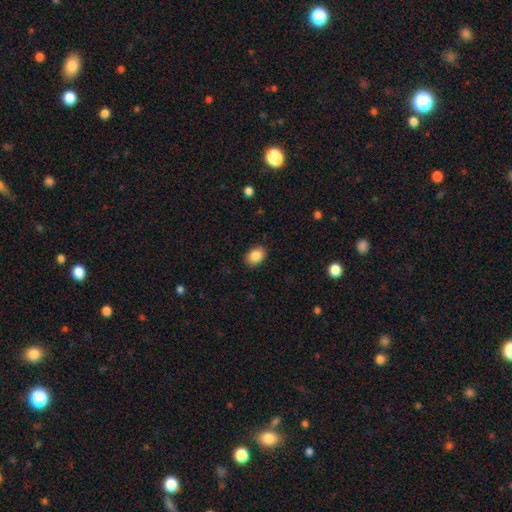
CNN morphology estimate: Smooth or featured?
  - smooth: 88% *
  - star or artifact: 8%
  - featured or disk: 5%
How rounded?
  - in between: 74% *
  - round: 25%
  - cigar-shaped: 1%
Merging?
  - none: 87% *
  - minor disturbance: 10%
  - major disturbance: 2%
  - merger: 1%